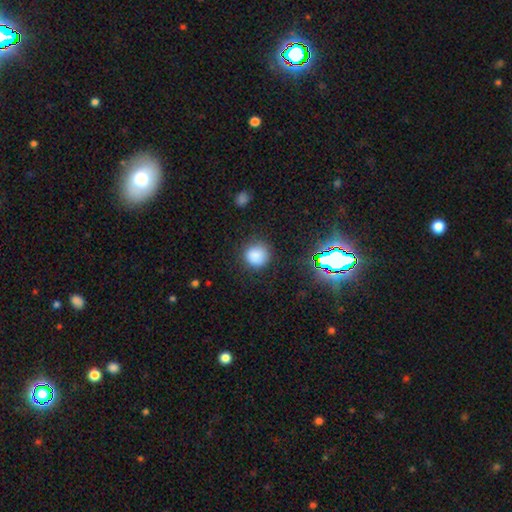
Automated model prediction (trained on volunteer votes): Morphology: type=smooth (82%); roundness=round (91%); merging=none (82%).